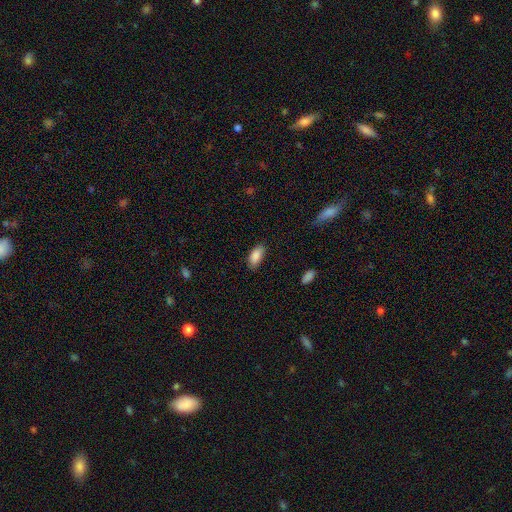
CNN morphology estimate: Smooth or featured: smooth — 88% (star or artifact — 7%)
How rounded: in between — 91% (cigar-shaped — 7%)
Merging: none — 80% (minor disturbance — 16%)